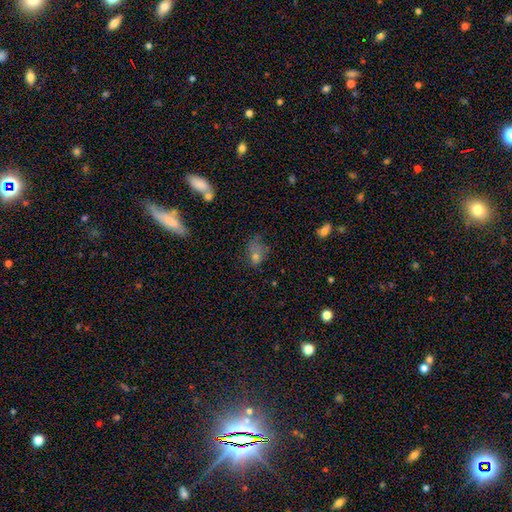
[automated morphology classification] This is possibly a smooth galaxy (55%). How rounded: likely in between (70%). Merging: marginally none (41%).